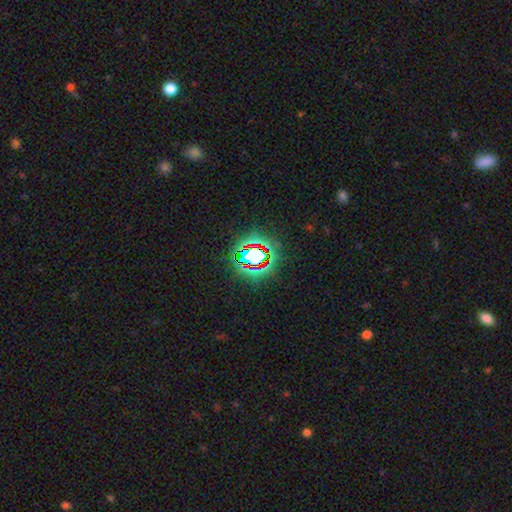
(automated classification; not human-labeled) Smooth or featured?
  - star or artifact: 71% *
  - smooth: 18%
  - featured or disk: 11%